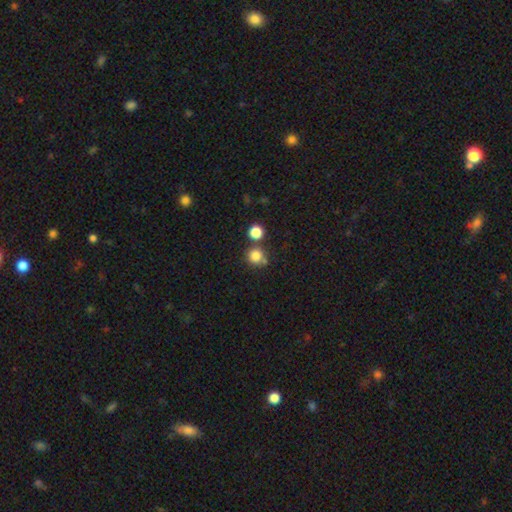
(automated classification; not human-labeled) The model was most divided on "merging": none: 68%, merger: 19%, minor disturbance: 9%, major disturbance: 3%. More confident: how rounded — round (92%); smooth or featured — smooth (82%).